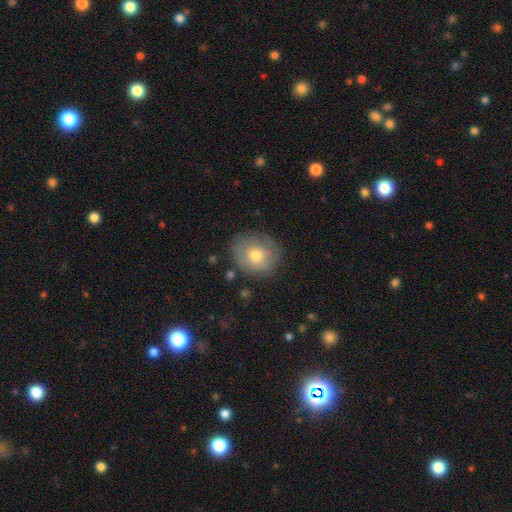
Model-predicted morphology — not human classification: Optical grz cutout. It shows a smooth galaxy with no disk features (66%) that is round (77%). Merging: none (79%).